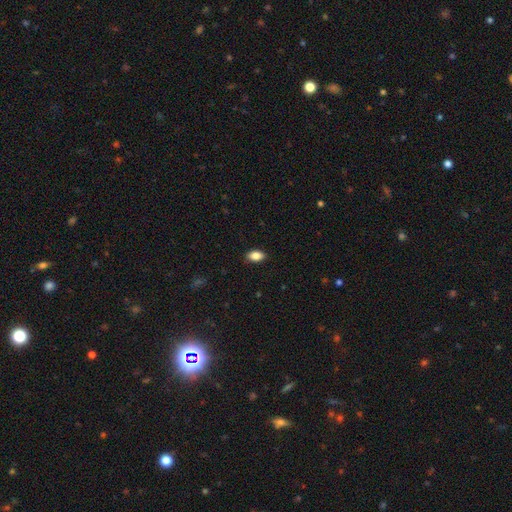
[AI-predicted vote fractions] This is clearly a smooth galaxy (85%). How rounded: clearly in between (90%). Merging: clearly none (88%).